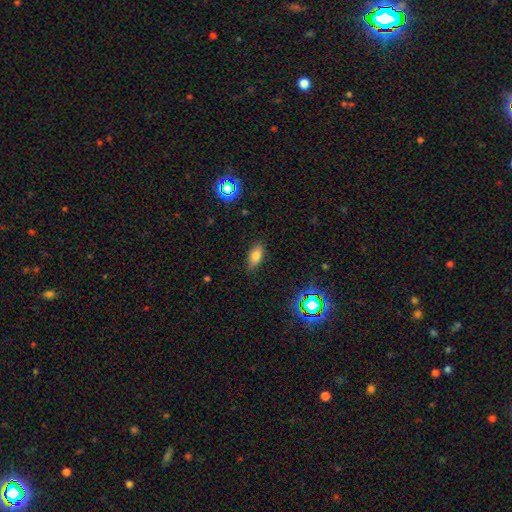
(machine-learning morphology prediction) Smooth or featured?
  - smooth: 78% *
  - star or artifact: 12%
  - featured or disk: 11%
How rounded?
  - in between: 86% *
  - cigar-shaped: 9%
  - round: 5%
Merging?
  - none: 85% *
  - minor disturbance: 12%
  - major disturbance: 3%
  - merger: 1%